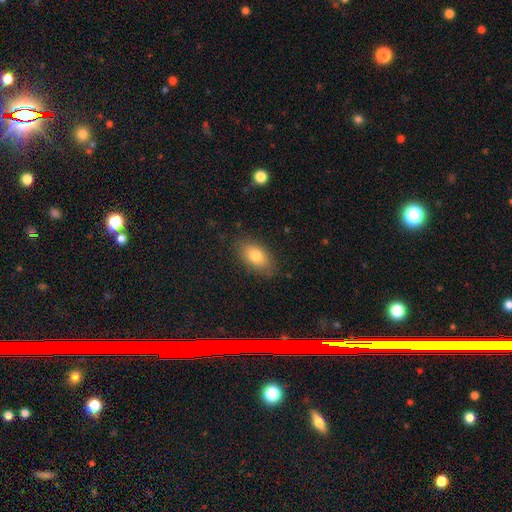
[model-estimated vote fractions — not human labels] Morphology: type=smooth (80%); roundness=in between (89%); merging=none (82%).